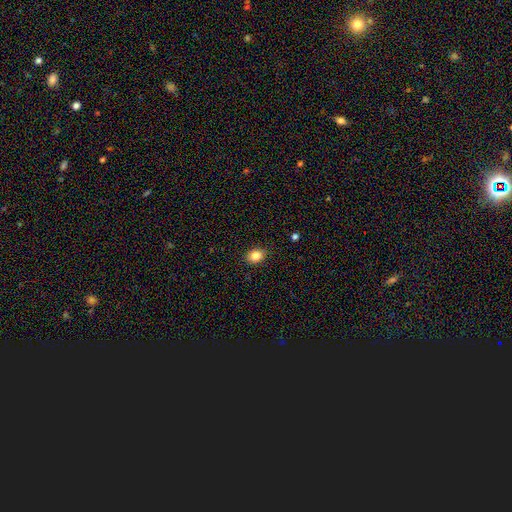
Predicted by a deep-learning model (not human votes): The model was most divided on "how rounded": in between: 59%, round: 40%, cigar-shaped: 1%. More confident: merging — none (88%); smooth or featured — smooth (84%).